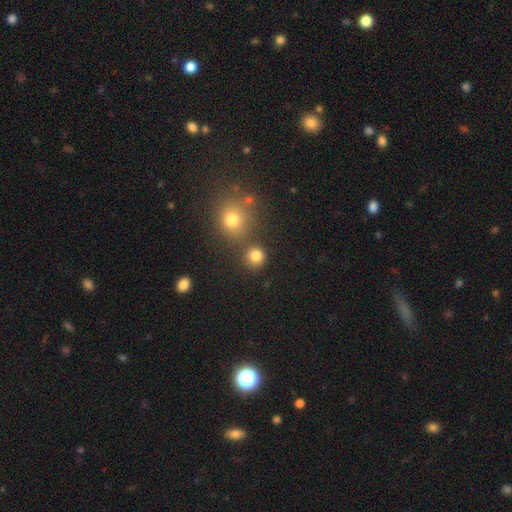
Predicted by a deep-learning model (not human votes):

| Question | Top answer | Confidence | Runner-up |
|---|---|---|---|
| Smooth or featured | smooth | 81% | star or artifact (14%) |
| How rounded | round | 91% | in between (8%) |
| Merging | none | 77% | merger (13%) |